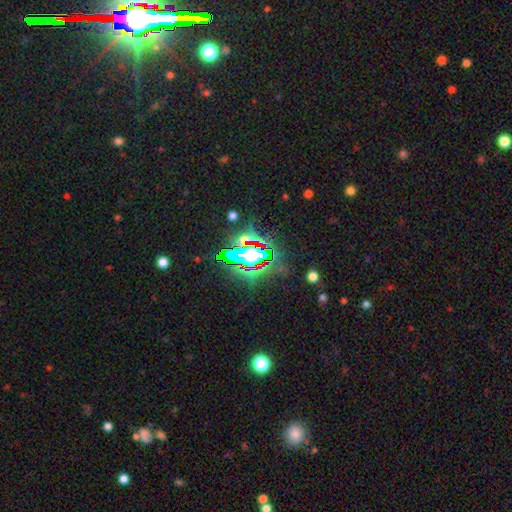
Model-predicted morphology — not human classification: Q: Smooth or featured?
A: star or artifact (84%); runner-up: smooth (9%)